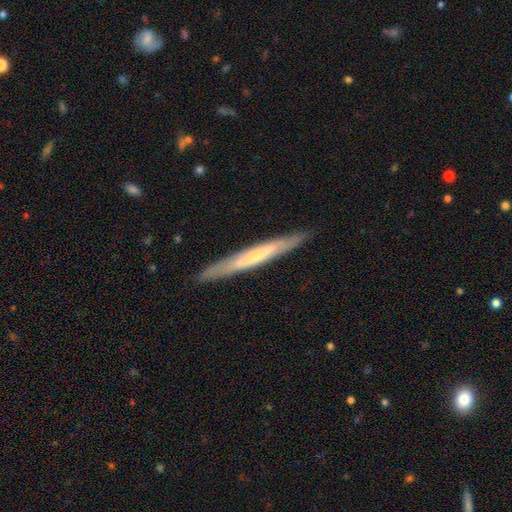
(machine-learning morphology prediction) This appears to be a featured or disk galaxy (59%) viewed edge-on (88%) with no central bulge (56%). Merging: none (89%).